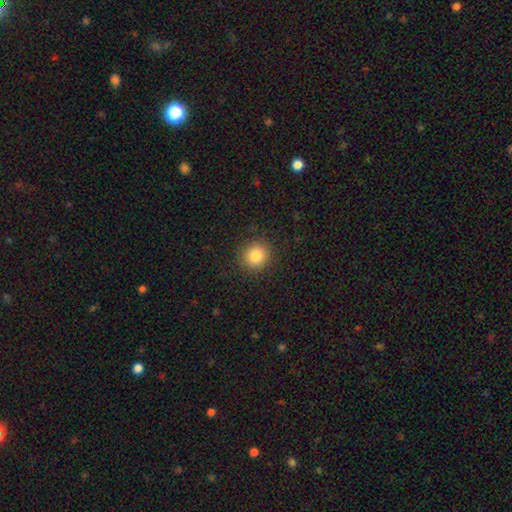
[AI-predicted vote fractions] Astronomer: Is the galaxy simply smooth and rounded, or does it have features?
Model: smooth — 84%.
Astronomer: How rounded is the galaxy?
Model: round — 91%.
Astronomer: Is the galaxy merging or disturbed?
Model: none — 90%.